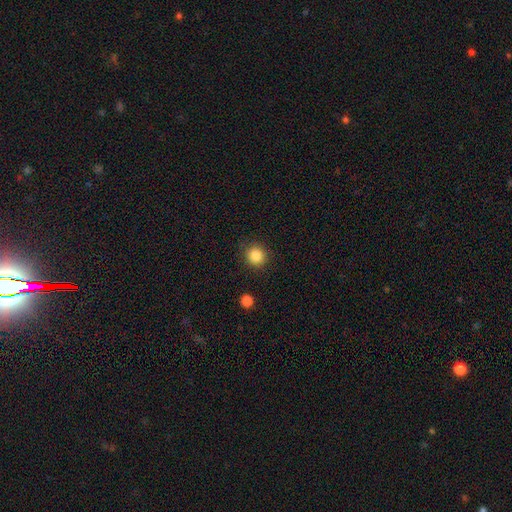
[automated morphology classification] smooth_or_featured: smooth (p=0.85) [alt: star or artifact p=0.10]
how_rounded: round (p=0.91) [alt: in between p=0.08]
merging: none (p=0.89) [alt: minor disturbance p=0.07]